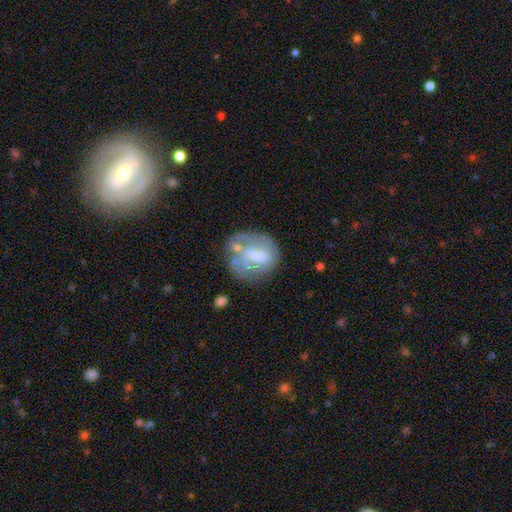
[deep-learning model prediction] A featured or disk galaxy (55%) with a weak bar (45%), no spiral arms (59%) and a moderate central bulge (44%). Merging: none (48%).